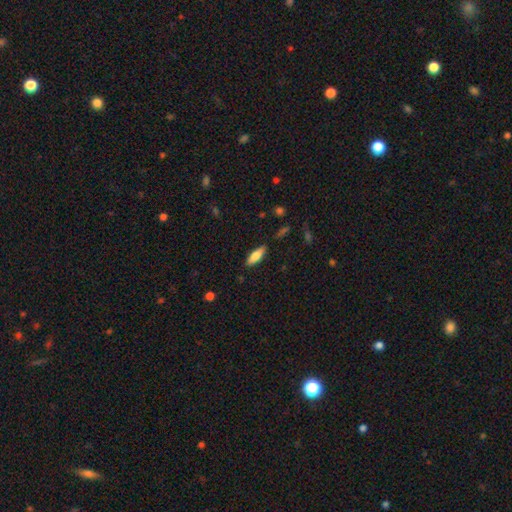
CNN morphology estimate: smooth_or_featured: smooth (p=0.74) [alt: featured or disk p=0.19]
how_rounded: in between (p=0.57) [alt: cigar-shaped p=0.41]
merging: none (p=0.85) [alt: minor disturbance p=0.11]